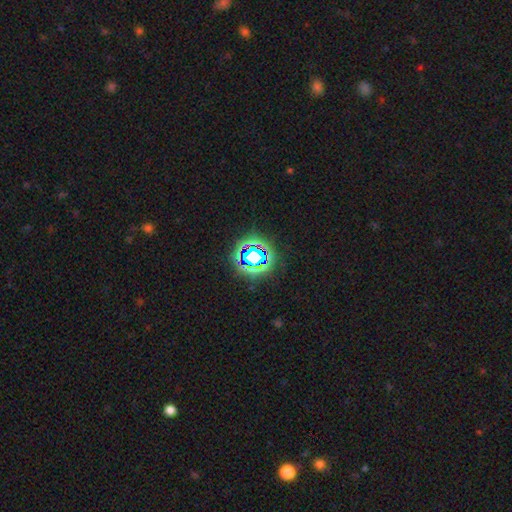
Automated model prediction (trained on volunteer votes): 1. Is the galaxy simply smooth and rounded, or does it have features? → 69% star or artifact, 18% smooth, 13% featured or disk.